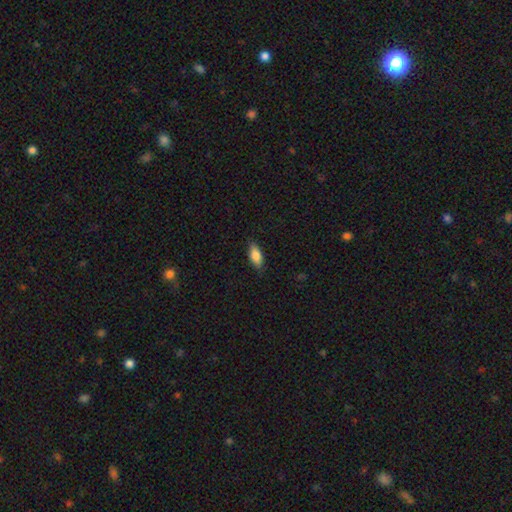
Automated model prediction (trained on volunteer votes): A smooth galaxy with no disk features (81%) that is in between round and cigar-shaped (82%).

Vote fractions:
- Smooth or featured? smooth: 81% / featured or disk: 12% / star or artifact: 7%
- How rounded? in between: 82% / cigar-shaped: 15% / round: 3%
- Merging? none: 86% / minor disturbance: 11% / major disturbance: 2% / merger: 1%